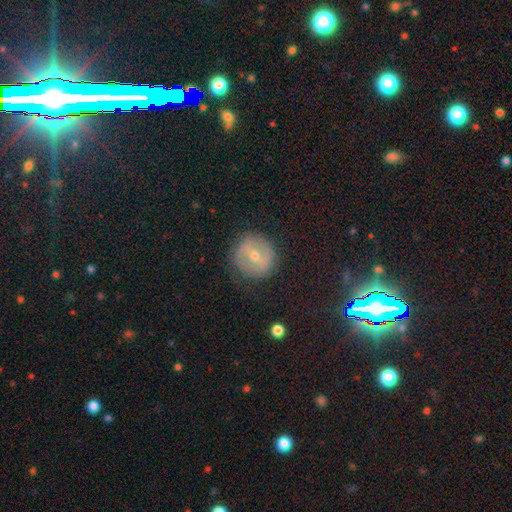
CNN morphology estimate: This is possibly a featured or disk galaxy (48%). Merging: clearly none (81%).